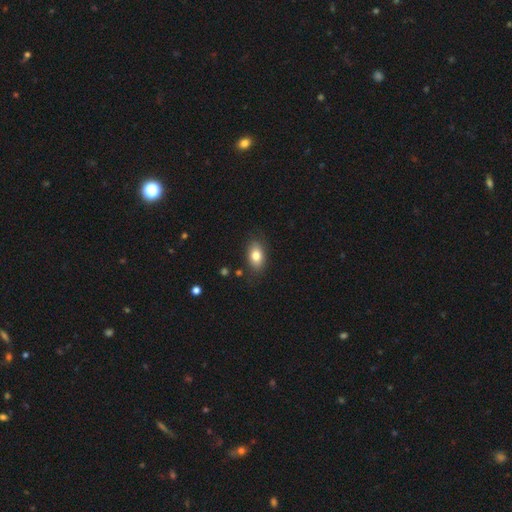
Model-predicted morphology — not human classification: smooth_or_featured: smooth (p=0.80) [alt: featured or disk p=0.12]
how_rounded: in between (p=0.89) [alt: round p=0.09]
merging: none (p=0.83) [alt: minor disturbance p=0.12]